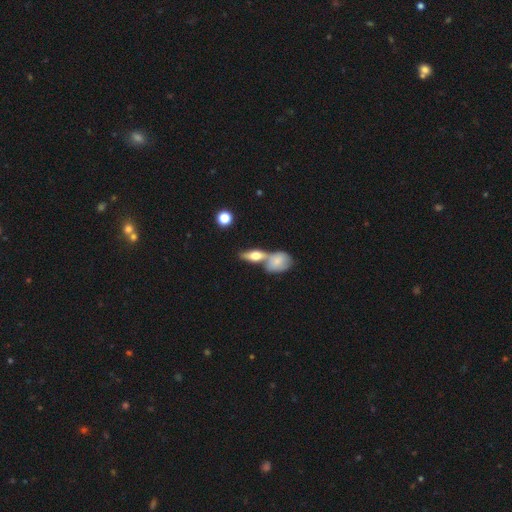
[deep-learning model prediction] Smooth or featured? Predicted: smooth (p=0.54). How rounded? Predicted: in between (p=0.63). Merging? Predicted: merger (p=0.44).